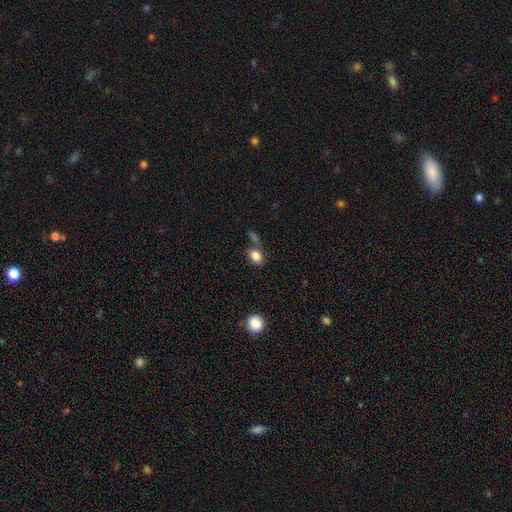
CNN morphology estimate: This appears to be a smooth galaxy with no disk features (84%) that is in between round and cigar-shaped (69%). Merging: none (59%).